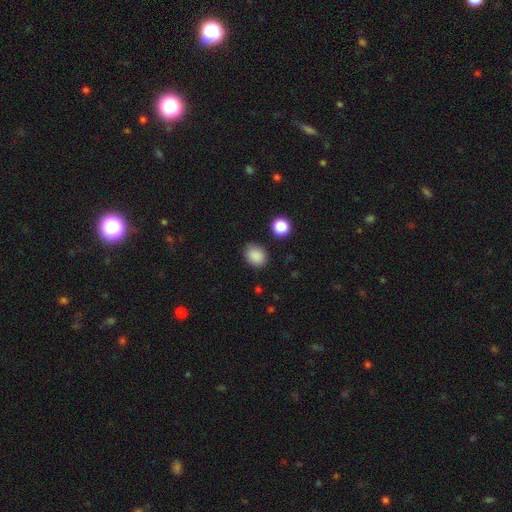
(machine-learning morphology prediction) smooth 87%, star or artifact 10%, featured or disk 3%. Down the decision tree: how rounded — in between (51%); merging — none (82%).